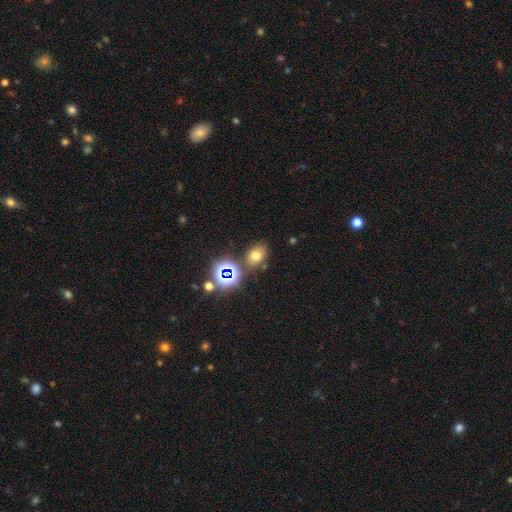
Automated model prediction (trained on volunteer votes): smooth 64%, star or artifact 25%, featured or disk 11%. Down the decision tree: how rounded — in between (69%); merging — none (74%).